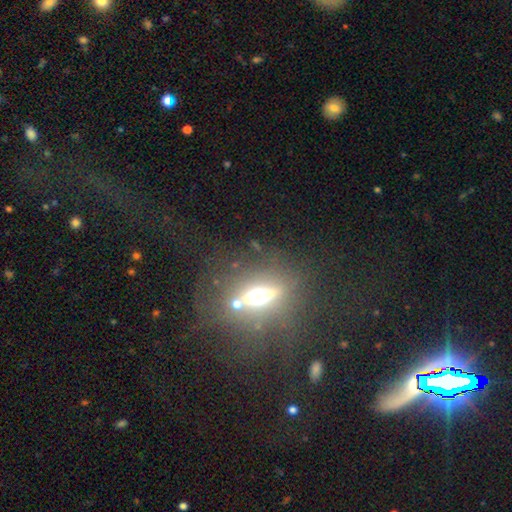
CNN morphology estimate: smooth_or_featured: featured or disk (p=0.38) [alt: smooth p=0.35]
merging: none (p=0.48) [alt: major disturbance p=0.23]